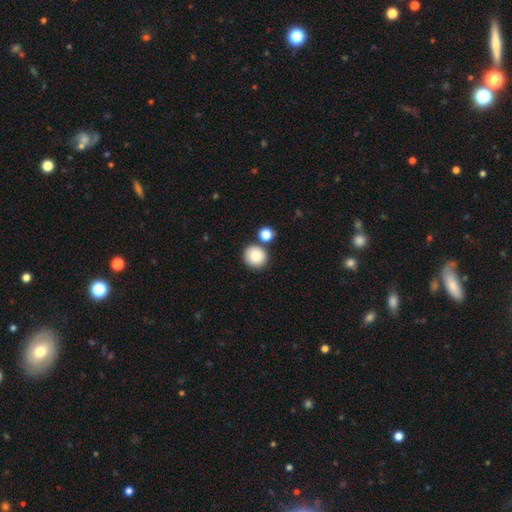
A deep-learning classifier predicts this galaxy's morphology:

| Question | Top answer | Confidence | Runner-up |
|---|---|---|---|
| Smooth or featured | smooth | 85% | star or artifact (8%) |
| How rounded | round | 90% | in between (9%) |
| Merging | none | 78% | merger (11%) |